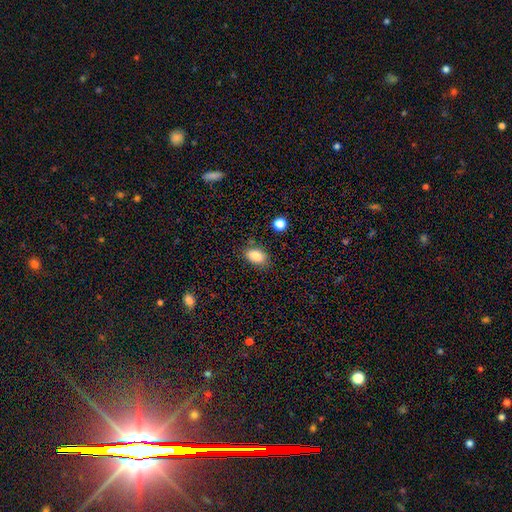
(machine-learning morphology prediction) Smooth or featured? Predicted: smooth (p=0.86). How rounded? Predicted: in between (p=0.89). Merging? Predicted: none (p=0.79).